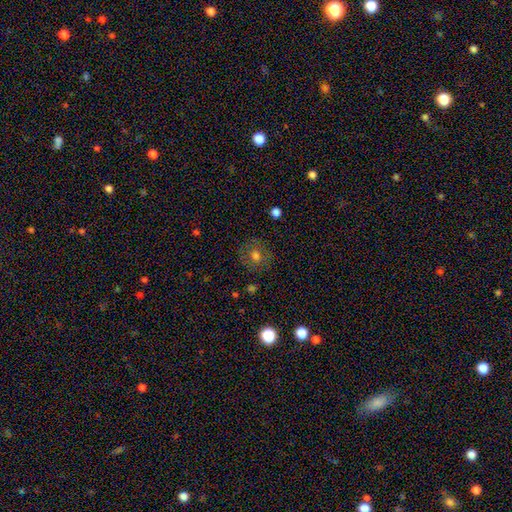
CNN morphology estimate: This is likely a smooth galaxy (65%). How rounded: clearly round (85%). Merging: clearly none (83%).